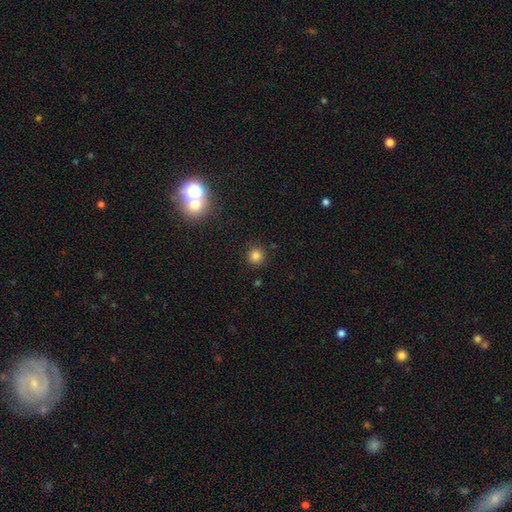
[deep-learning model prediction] Overall: smooth (82%). How rounded: round (94%). Merging: none (89%).